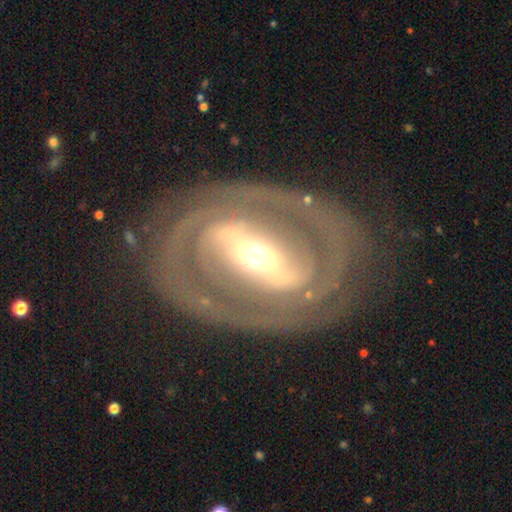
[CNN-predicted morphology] Overall: featured or disk (86%). Edge-on disk: no (93%). Bar: strong (64%). Spiral arms: yes (86%). Spiral arm count: 2 (73%). Spiral winding: tight (59%; medium 31%). Bulge size: moderate (58%; small 21%). Merging: none (75%).